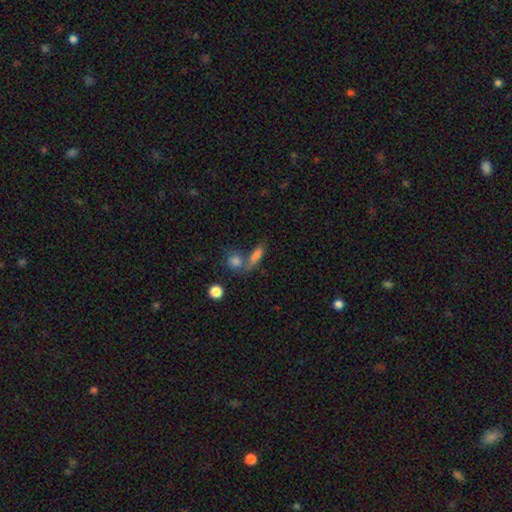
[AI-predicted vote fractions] A smooth galaxy with no disk features (73%) that is in between round and cigar-shaped (47%). Merging: none (47%).